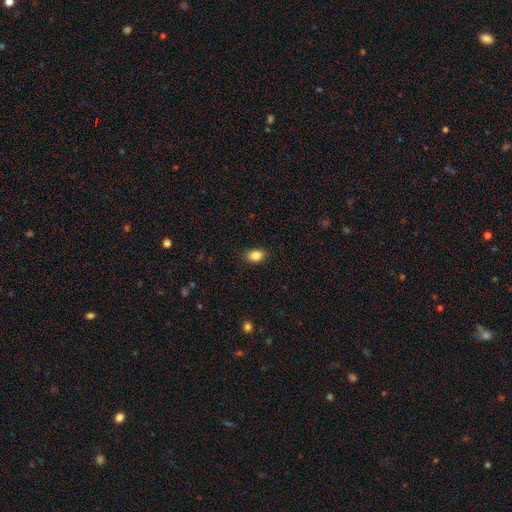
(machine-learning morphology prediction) Smooth or featured?
  - smooth: 85% *
  - star or artifact: 9%
  - featured or disk: 6%
How rounded?
  - in between: 80% *
  - round: 18%
  - cigar-shaped: 1%
Merging?
  - none: 87% *
  - minor disturbance: 10%
  - major disturbance: 2%
  - merger: 1%